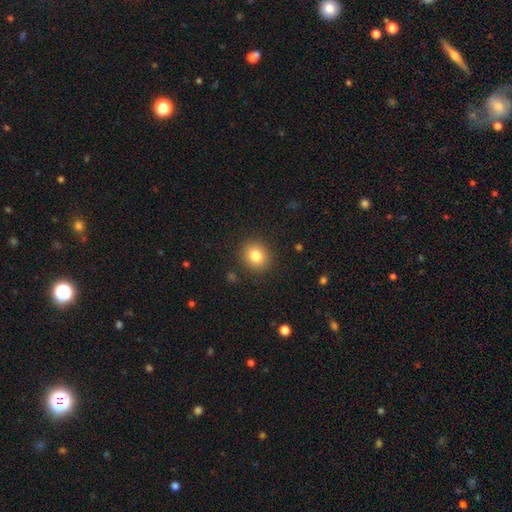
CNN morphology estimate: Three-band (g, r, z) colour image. It shows a smooth galaxy with no disk features (82%) that is round (81%). Merging: none (89%).